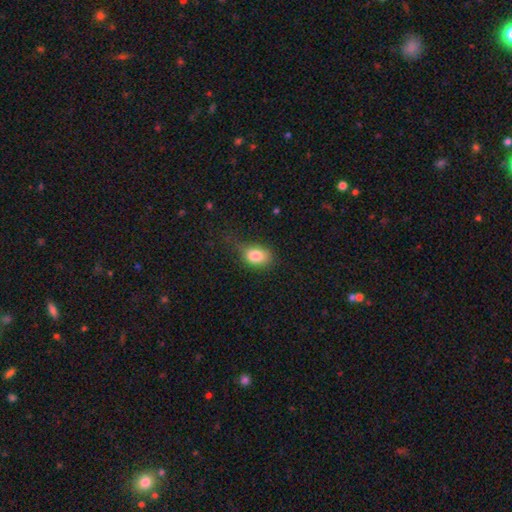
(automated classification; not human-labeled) Morphology: type=smooth (82%); roundness=in between (71%); merging=none (49%).